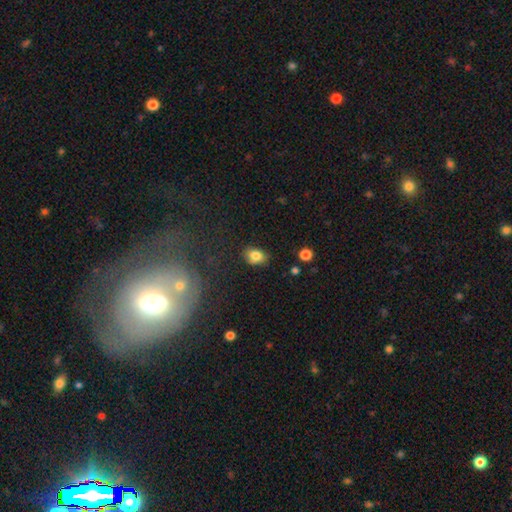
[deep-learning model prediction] smooth 80%, star or artifact 10%, featured or disk 9%. Down the decision tree: how rounded — in between (72%); merging — none (70%).